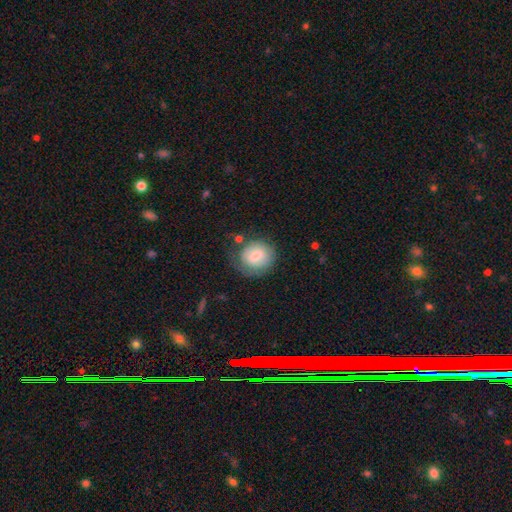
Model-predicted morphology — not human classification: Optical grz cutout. It shows a smooth galaxy with no disk features (75%) that is round (83%). Merging: none (61%).